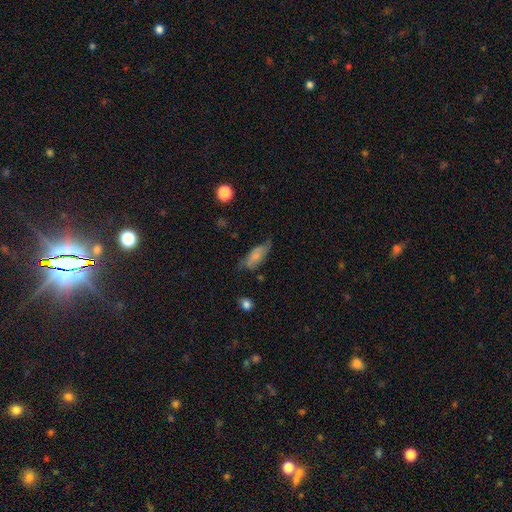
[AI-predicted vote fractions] The model was most divided on "merging": none: 52%, minor disturbance: 33%, major disturbance: 11%, merger: 3%. More confident: how rounded — in between (74%); smooth or featured — smooth (69%).